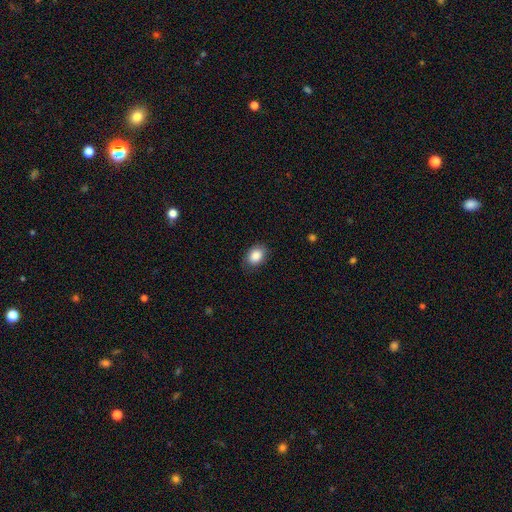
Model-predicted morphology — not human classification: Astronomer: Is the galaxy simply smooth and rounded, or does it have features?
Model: smooth — 87%.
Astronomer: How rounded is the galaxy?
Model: in between — 71%.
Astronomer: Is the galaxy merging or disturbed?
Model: none — 83%.